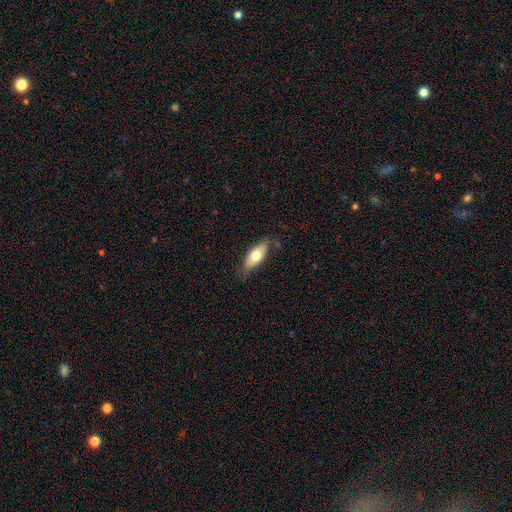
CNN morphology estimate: This is likely a smooth galaxy (67%). How rounded: likely in between (76%). Merging: likely none (76%).